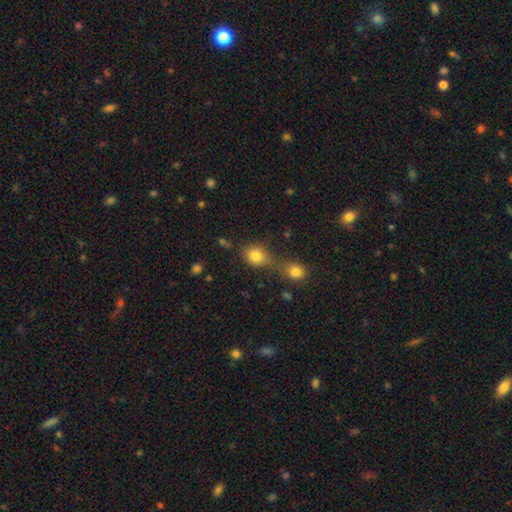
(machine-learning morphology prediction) Smooth or featured? Predicted: smooth (p=0.80). How rounded? Predicted: round (p=0.69). Merging? Predicted: merger (p=0.47).